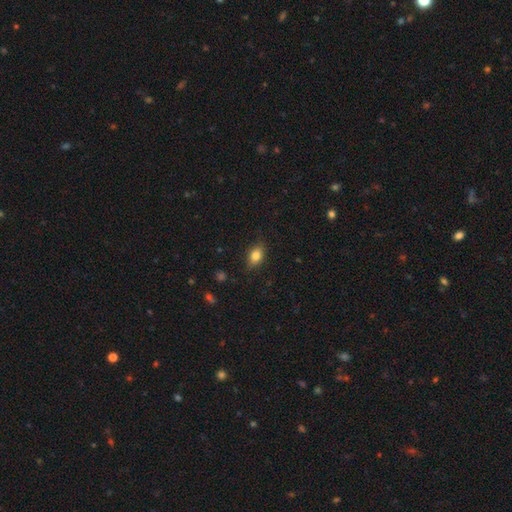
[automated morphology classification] A smooth galaxy with no disk features (80%) that is in between round and cigar-shaped (76%). Merging: none (81%).